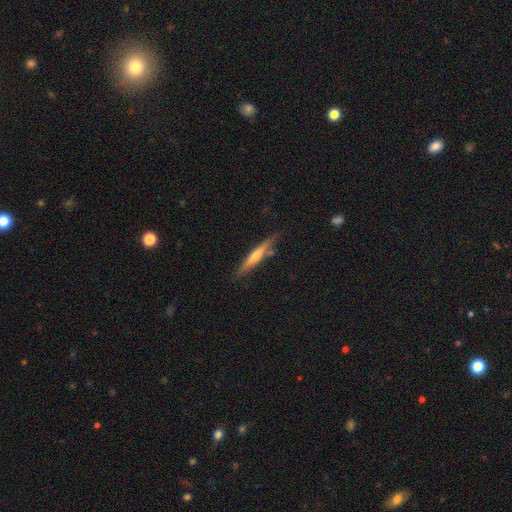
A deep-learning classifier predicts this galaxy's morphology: This appears to be a featured or disk galaxy (55%) viewed edge-on (94%) with a rounded central bulge (70%). Merging: none (78%).